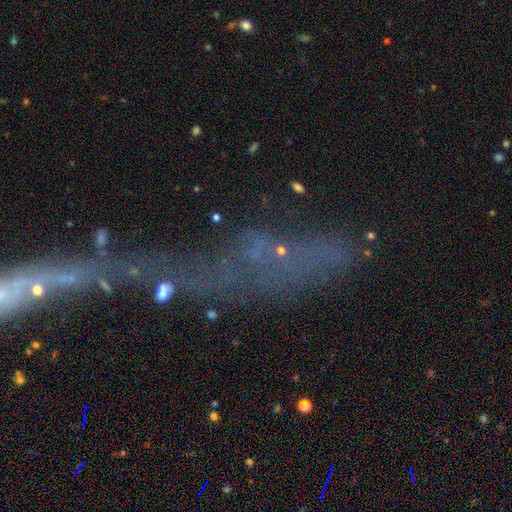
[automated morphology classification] smooth_or_featured: star or artifact (p=0.41) [alt: featured or disk p=0.32]